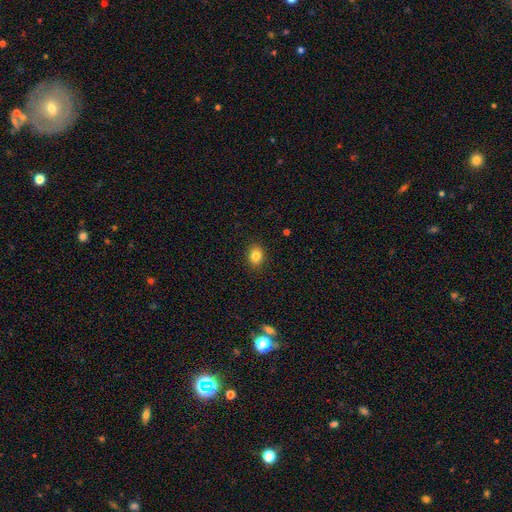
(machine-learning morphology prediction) The model was most divided on "how rounded": in between: 55%, round: 44%, cigar-shaped: 1%. More confident: merging — none (90%); smooth or featured — smooth (84%).